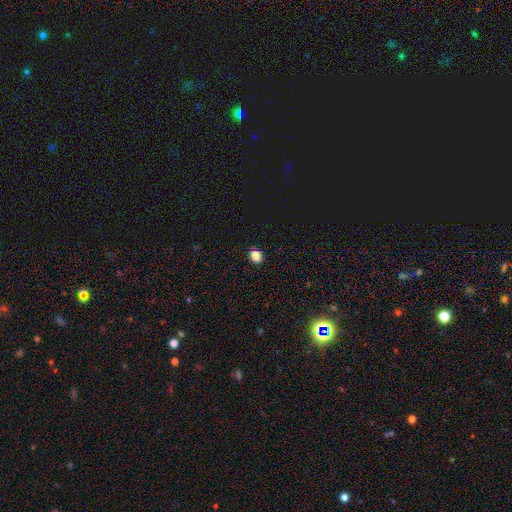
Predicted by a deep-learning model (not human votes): smooth_or_featured: smooth (p=0.83) [alt: star or artifact p=0.12]
how_rounded: round (p=0.53) [alt: in between p=0.46]
merging: none (p=0.89) [alt: minor disturbance p=0.08]